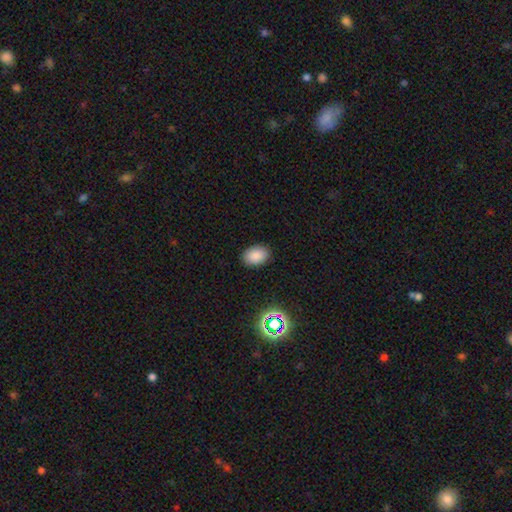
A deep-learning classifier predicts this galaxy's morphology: Smooth or featured: smooth — 85% (star or artifact — 11%)
How rounded: in between — 84% (round — 15%)
Merging: none — 88% (minor disturbance — 8%)